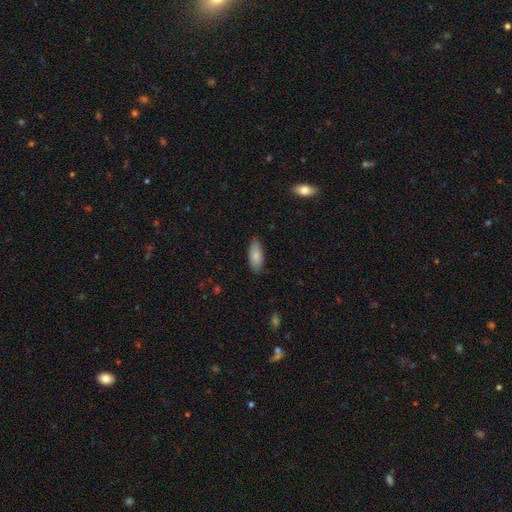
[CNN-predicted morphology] A smooth galaxy with no disk features (82%) that is in between round and cigar-shaped (84%). Merging: none (83%).